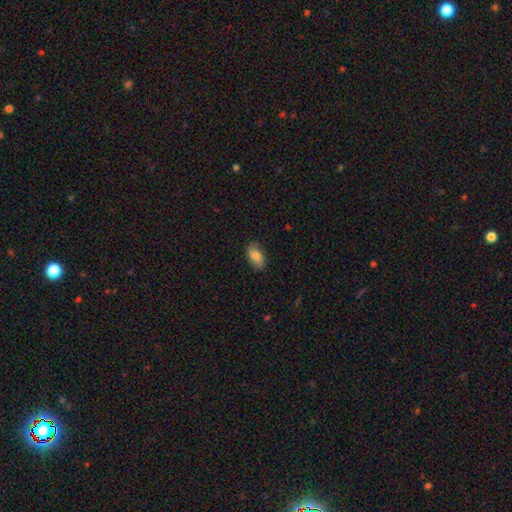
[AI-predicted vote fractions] Smooth or featured? Predicted: smooth (p=0.76). How rounded? Predicted: in between (p=0.91). Merging? Predicted: none (p=0.81).